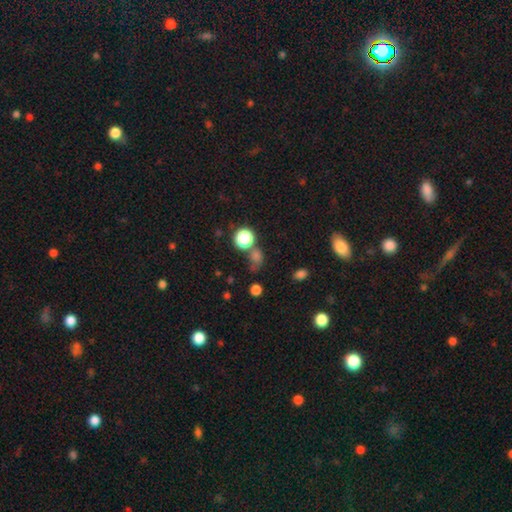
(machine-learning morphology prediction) Smooth or featured? Predicted: smooth (p=0.63). How rounded? Predicted: round (p=0.73). Merging? Predicted: none (p=0.59).